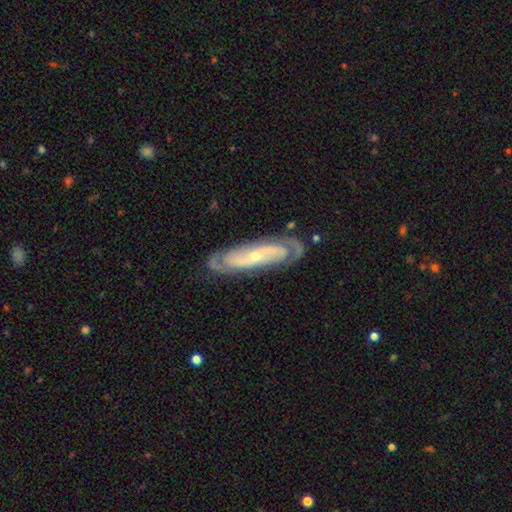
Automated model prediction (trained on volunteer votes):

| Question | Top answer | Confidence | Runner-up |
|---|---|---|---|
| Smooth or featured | featured or disk | 87% | smooth (8%) |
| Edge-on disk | no | 87% | yes (13%) |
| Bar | no | 53% | weak (26%) |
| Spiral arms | yes | 96% | no (4%) |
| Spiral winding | tight | 56% | medium (34%) |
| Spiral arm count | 2 | 75% | can't tell (12%) |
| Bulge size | small | 72% | moderate (24%) |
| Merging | none | 78% | minor disturbance (15%) |